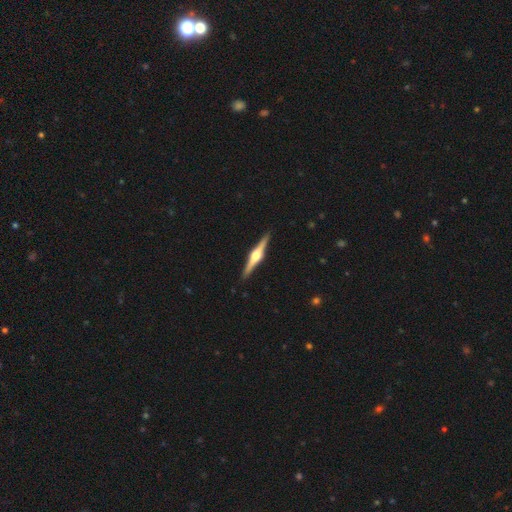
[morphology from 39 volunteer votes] smooth-or-featured: featured or disk: 85% | smooth: 13% | star or artifact: 3%
  disk-edge-on: yes: 100% | no: 0%
    edge-on-bulge: rounded: 94% | boxy: 6% | none: 0%
  merging: none: 95% | minor disturbance: 5% | major disturbance: 0% | merger: 0%